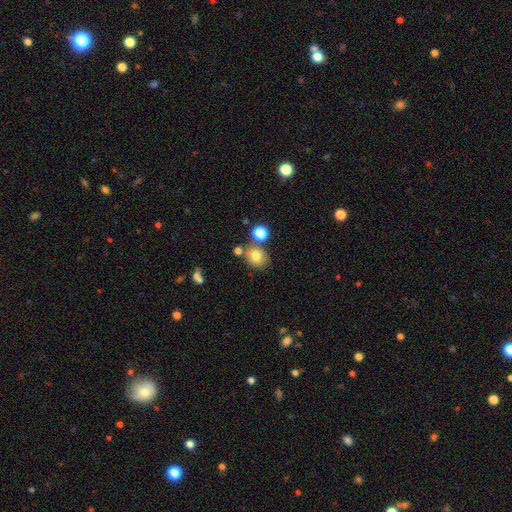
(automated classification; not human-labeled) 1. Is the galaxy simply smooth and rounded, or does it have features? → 77% smooth, 12% star or artifact, 10% featured or disk.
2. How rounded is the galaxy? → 63% round, 36% in between, 1% cigar-shaped.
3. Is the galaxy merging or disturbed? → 66% none, 17% merger, 13% minor disturbance, 4% major disturbance.